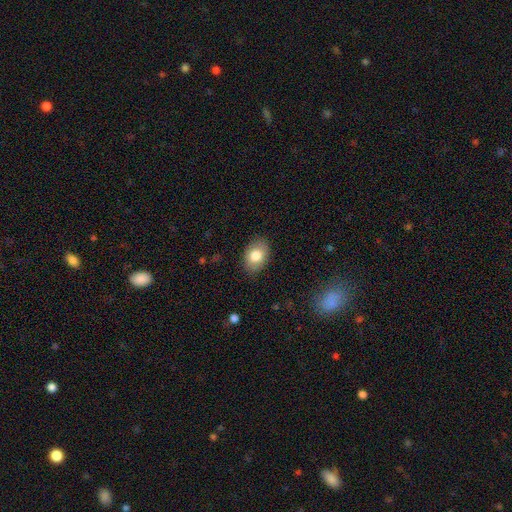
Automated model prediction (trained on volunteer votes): A smooth galaxy with no disk features (81%) that is in between round and cigar-shaped (80%). Merging: none (86%).